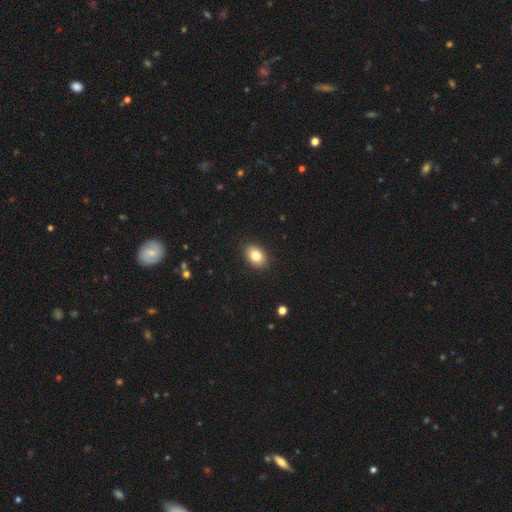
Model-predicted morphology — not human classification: smooth 83%, featured or disk 8%, star or artifact 8%. Down the decision tree: how rounded — in between (80%); merging — none (89%).